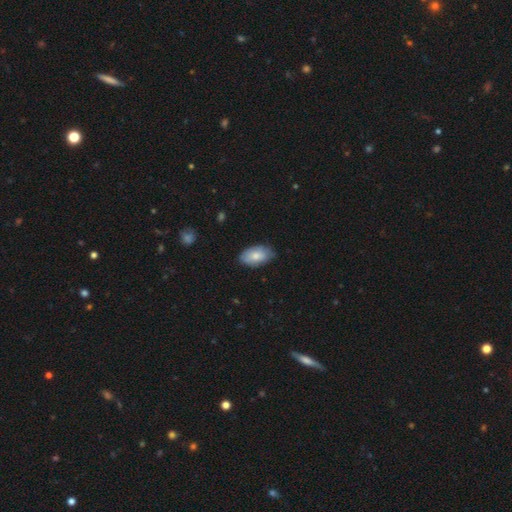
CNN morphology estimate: smooth 77%, featured or disk 17%, star or artifact 6%. Down the decision tree: how rounded — in between (94%); merging — none (75%).